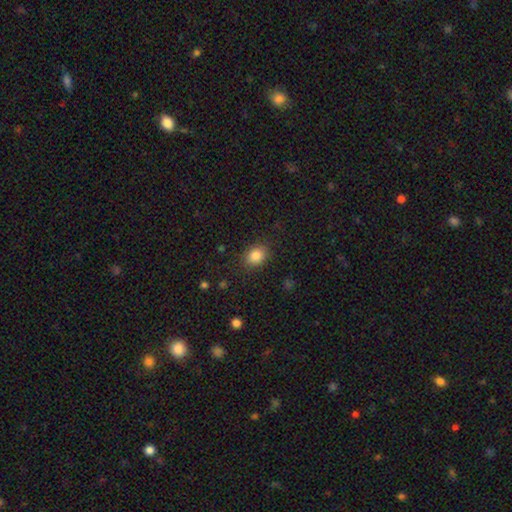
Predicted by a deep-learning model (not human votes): smooth_or_featured: smooth (p=0.85) [alt: star or artifact p=0.10]
how_rounded: in between (p=0.55) [alt: round p=0.44]
merging: none (p=0.85) [alt: minor disturbance p=0.10]